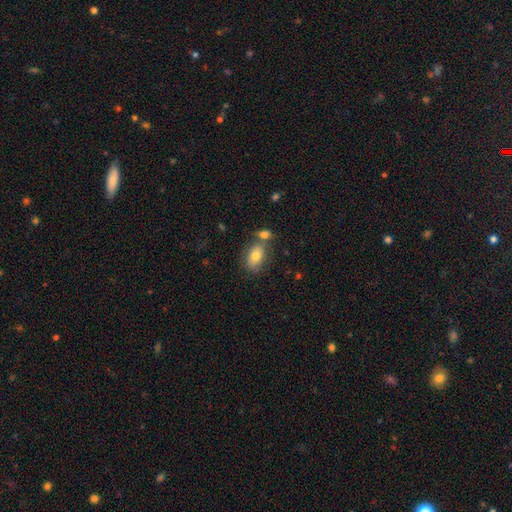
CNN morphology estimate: smooth 78%, featured or disk 15%, star or artifact 7%. Down the decision tree: how rounded — in between (89%); merging — none (58%).